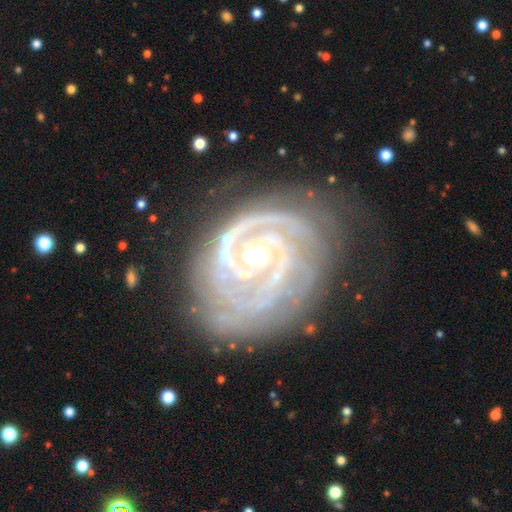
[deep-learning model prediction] Smooth or featured? Predicted: featured or disk (p=0.90). Edge-on disk? Predicted: no (p=0.97). Bar? Predicted: no (p=0.56). Spiral arms? Predicted: yes (p=0.95). Spiral winding? Predicted: tight (p=0.78). Spiral arm count? Predicted: 2 (p=0.38). Bulge size? Predicted: moderate (p=0.69). Merging? Predicted: none (p=0.67).